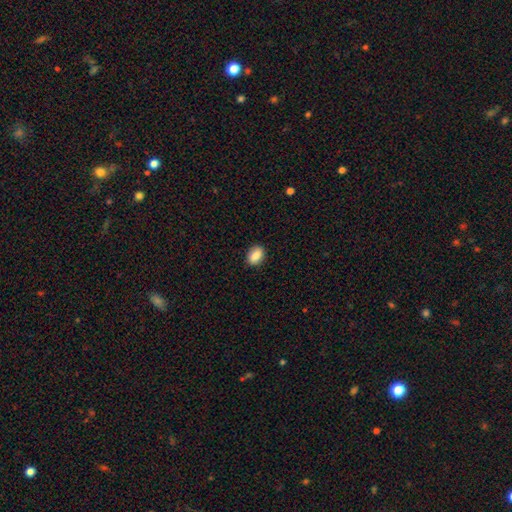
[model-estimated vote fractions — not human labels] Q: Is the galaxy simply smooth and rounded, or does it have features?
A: smooth — 84%.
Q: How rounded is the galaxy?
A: in between — 77%.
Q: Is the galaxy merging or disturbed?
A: none — 88%.